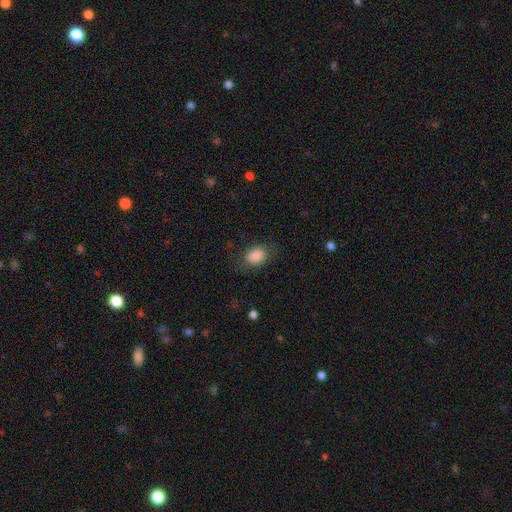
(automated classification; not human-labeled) The model was most divided on "how rounded": in between: 74%, round: 24%, cigar-shaped: 1%. More confident: smooth or featured — smooth (86%); merging — none (75%).